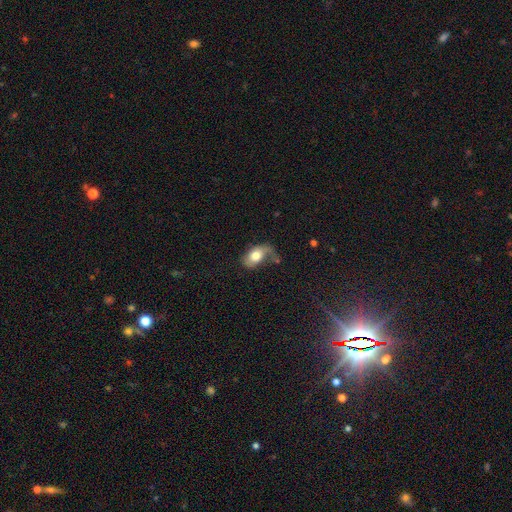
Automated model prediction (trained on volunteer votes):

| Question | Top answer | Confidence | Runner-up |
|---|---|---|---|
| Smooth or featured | smooth | 59% | featured or disk (34%) |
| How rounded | in between | 84% | round (14%) |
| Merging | major disturbance | 39% | none (29%) |